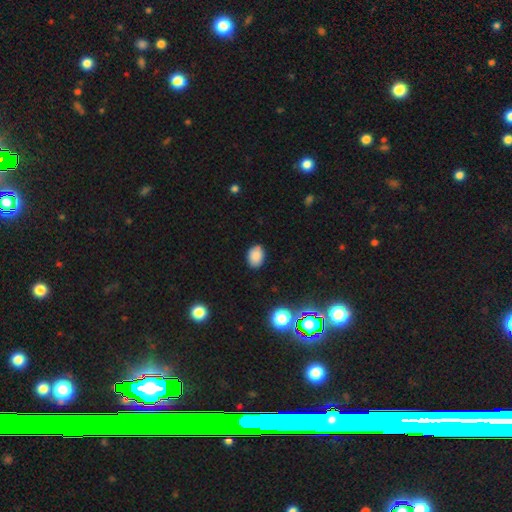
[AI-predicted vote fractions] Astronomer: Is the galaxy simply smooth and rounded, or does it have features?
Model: smooth — 85%.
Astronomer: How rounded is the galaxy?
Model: in between — 75%.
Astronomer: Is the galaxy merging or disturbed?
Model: none — 83%.